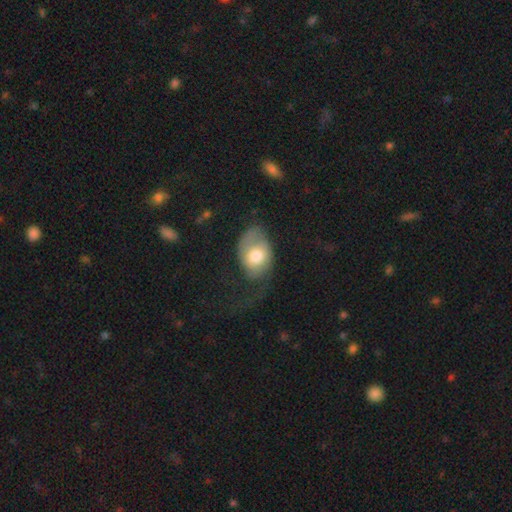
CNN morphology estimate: Overall: smooth (67%). How rounded: in between (80%). Merging: major disturbance (42%; none 28%).